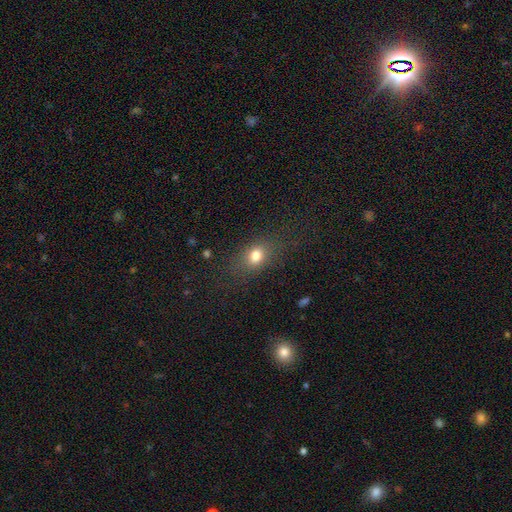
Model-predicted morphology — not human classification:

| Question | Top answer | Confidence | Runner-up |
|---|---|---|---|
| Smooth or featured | smooth | 77% | star or artifact (13%) |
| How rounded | in between | 59% | round (37%) |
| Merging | none | 75% | minor disturbance (15%) |